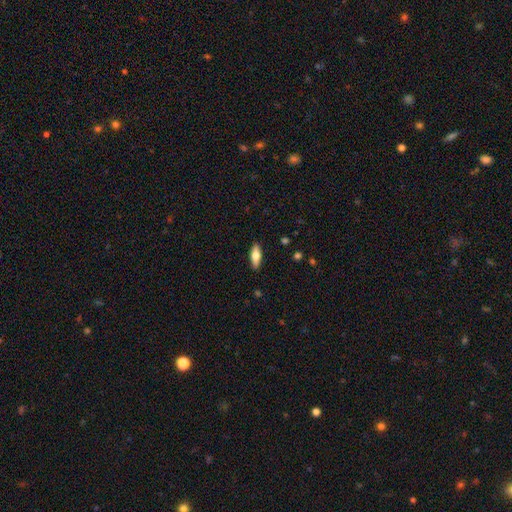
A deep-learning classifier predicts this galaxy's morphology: Smooth or featured? Predicted: smooth (p=0.65). How rounded? Predicted: in between (p=0.68). Merging? Predicted: none (p=0.89).